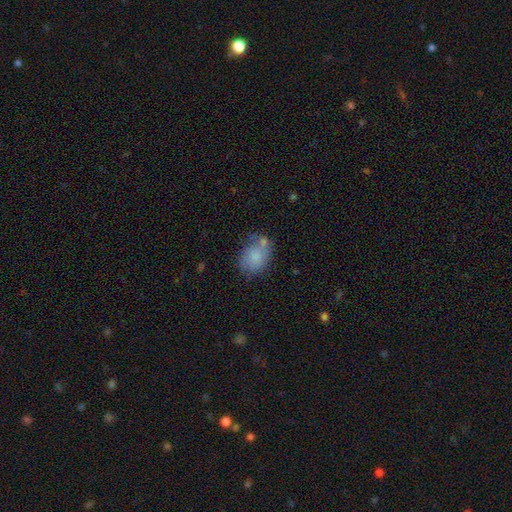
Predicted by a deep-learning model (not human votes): smooth-or-featured: smooth: 78% | featured or disk: 13% | star or artifact: 9%
  how-rounded: in between: 59% | round: 40% | cigar-shaped: 1%
  merging: none: 48% | minor disturbance: 23% | merger: 20% | major disturbance: 9%